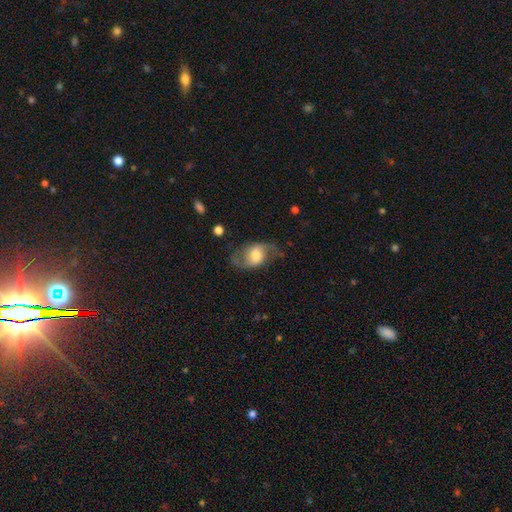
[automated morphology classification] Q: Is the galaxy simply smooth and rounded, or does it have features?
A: featured or disk — 58%.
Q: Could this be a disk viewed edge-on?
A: no — 95%.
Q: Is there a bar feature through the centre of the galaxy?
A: no — 54%.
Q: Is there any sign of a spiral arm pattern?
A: yes — 83%.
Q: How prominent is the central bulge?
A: moderate — 57%.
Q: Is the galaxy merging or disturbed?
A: none — 63%.